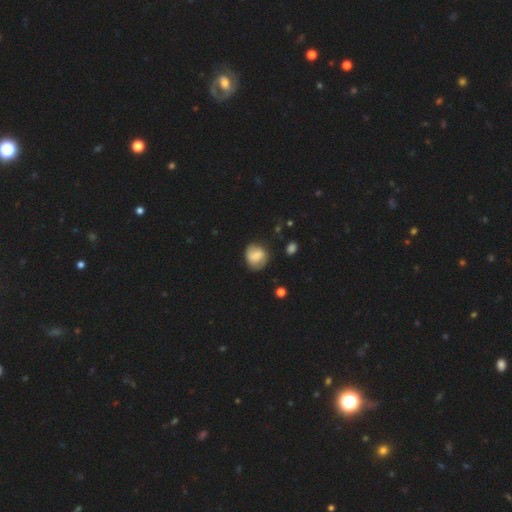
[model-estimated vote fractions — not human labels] This appears to be a smooth galaxy with no disk features (69%) that is round (65%). Merging: none (67%).